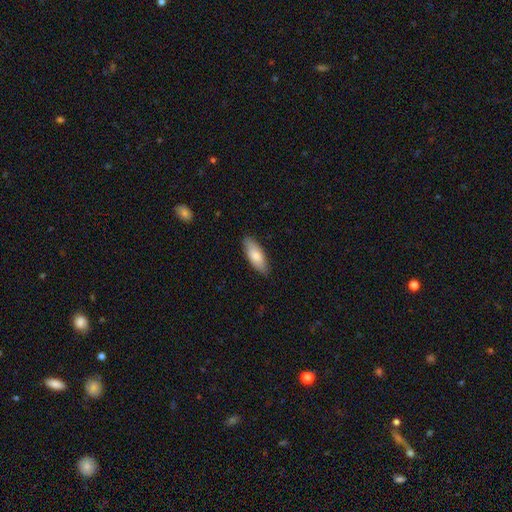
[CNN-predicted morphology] A smooth galaxy with no disk features (80%) that is in between round and cigar-shaped (73%). Merging: none (86%).